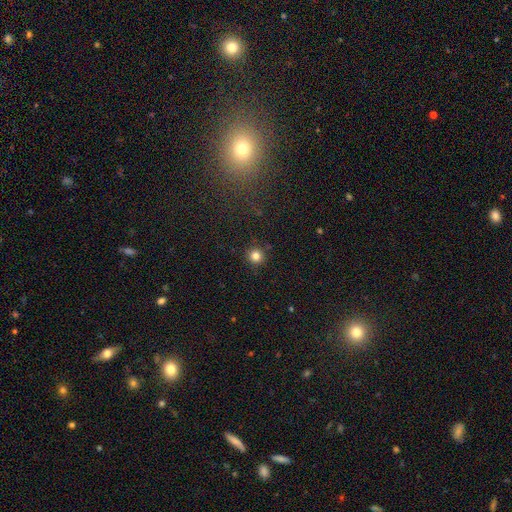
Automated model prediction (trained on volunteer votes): smooth 82%, star or artifact 13%, featured or disk 5%. Down the decision tree: how rounded — round (95%); merging — none (91%).